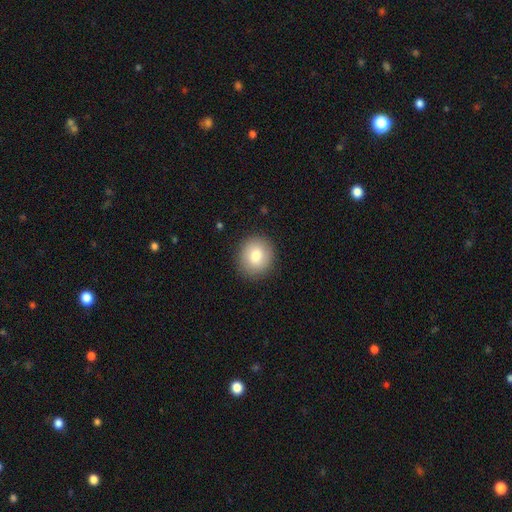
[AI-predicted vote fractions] Overall: smooth (80%). How rounded: round (84%). Merging: none (90%).